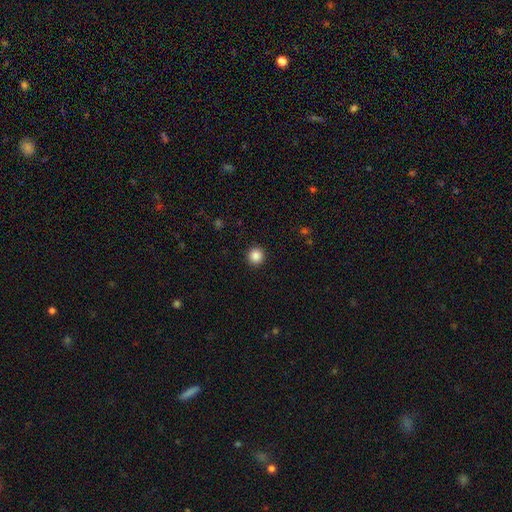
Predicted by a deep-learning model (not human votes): Smooth or featured? smooth (87%)
How rounded? round (95%)
Merging? none (93%)